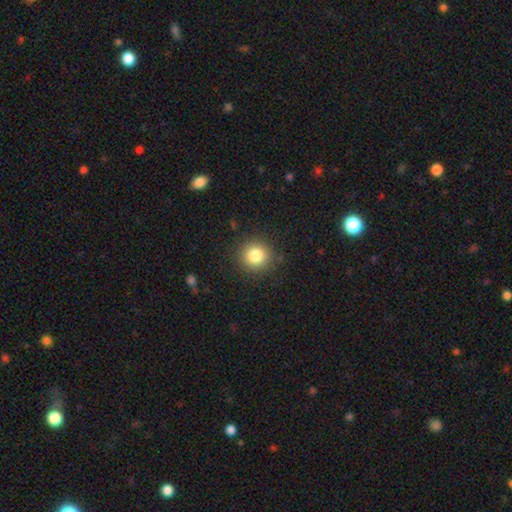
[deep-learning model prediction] smooth 82%, star or artifact 12%, featured or disk 6%. Down the decision tree: how rounded — round (93%); merging — none (91%).